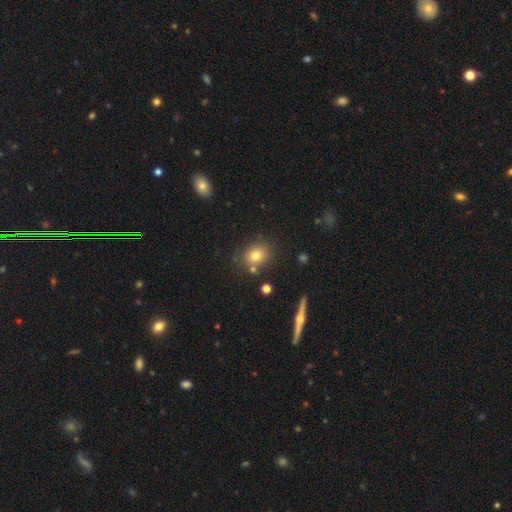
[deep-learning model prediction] A smooth galaxy with no disk features (77%) that is round (62%). Merging: none (75%).